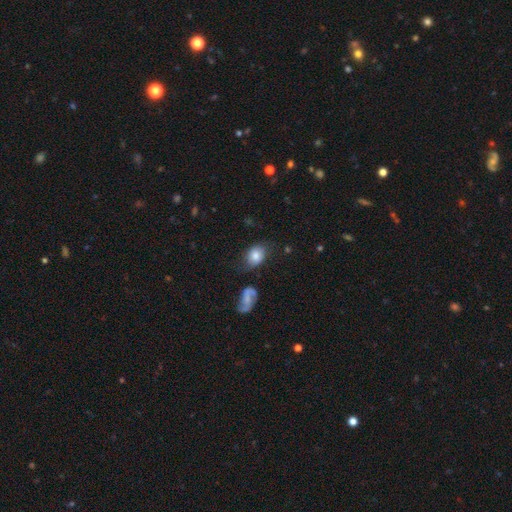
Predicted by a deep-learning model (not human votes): Smooth or featured? Predicted: smooth (p=0.74). How rounded? Predicted: in between (p=0.69). Merging? Predicted: none (p=0.59).